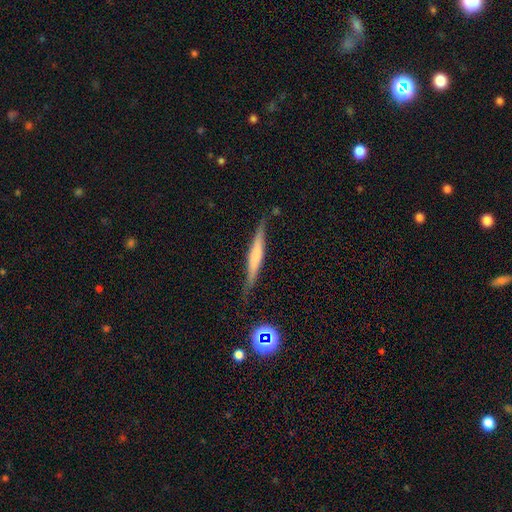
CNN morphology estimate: Overall: featured or disk (51%; smooth 42%). Edge-on disk: yes (96%). Merging: none (82%).